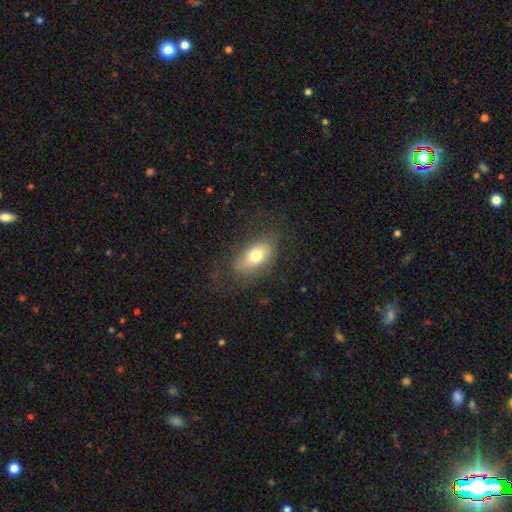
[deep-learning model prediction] The model was most divided on "smooth or featured": smooth: 67%, featured or disk: 24%, star or artifact: 9%. More confident: how rounded — in between (88%); merging — none (68%).